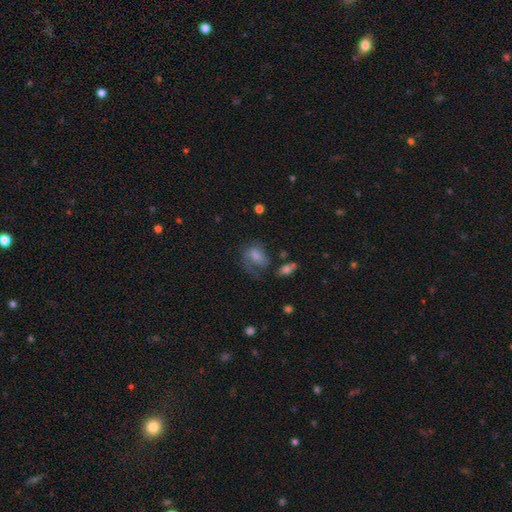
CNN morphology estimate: A smooth galaxy with no disk features (64%) that is in between round and cigar-shaped (74%). Merging: major disturbance (37%).